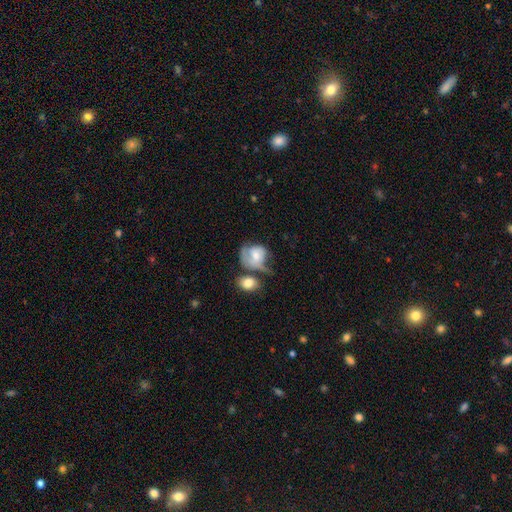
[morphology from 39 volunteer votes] Smooth or featured?
  - smooth: 54% *
  - featured or disk: 44%
  - star or artifact: 3%
How rounded?
  - in between: 52% *
  - round: 48%
  - cigar-shaped: 0%
Merging?
  - major disturbance: 53% *
  - merger: 18%
  - minor disturbance: 16%
  - none: 13%